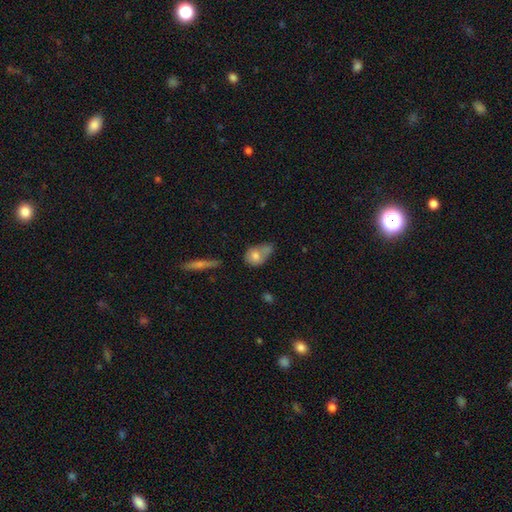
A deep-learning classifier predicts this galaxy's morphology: Smooth or featured? Predicted: smooth (p=0.69). How rounded? Predicted: in between (p=0.63). Merging? Predicted: merger (p=0.30).